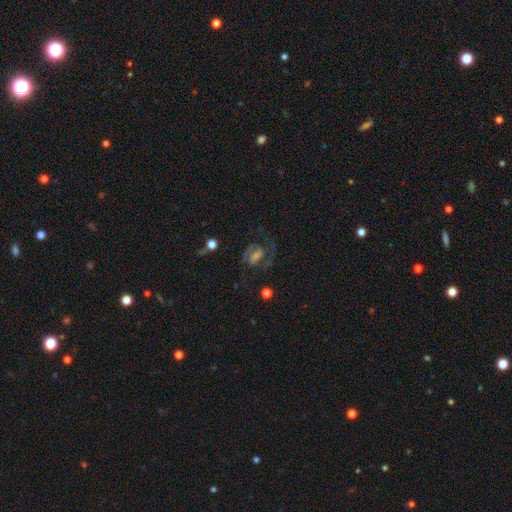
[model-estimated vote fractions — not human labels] This is likely a featured or disk galaxy (72%). It is clearly not viewed edge-on (96%). Bar: possibly weak (48%). Spiral arm pattern: clearly yes (89%). Spiral arm count: clearly 2 (81%). Spiral winding: possibly medium (56%). Central bulge: marginally small (34%). Merging: likely none (63%).